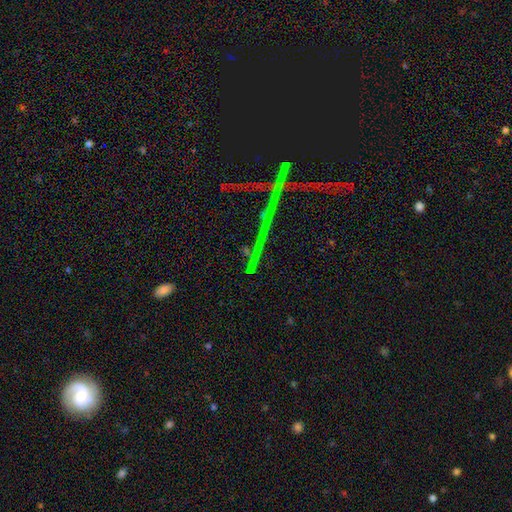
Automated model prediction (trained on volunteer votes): A star or artifact, not a galaxy (72%).

Vote fractions:
- Smooth or featured? star or artifact: 72% / featured or disk: 16% / smooth: 12%